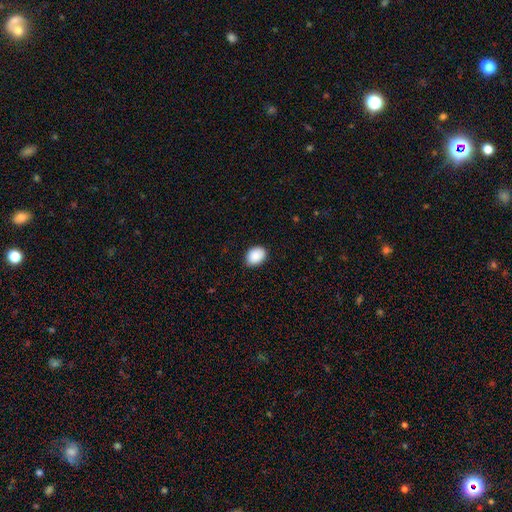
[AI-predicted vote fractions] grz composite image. It shows a smooth galaxy with no disk features (90%) that is in between round and cigar-shaped (75%). Merging: none (86%).